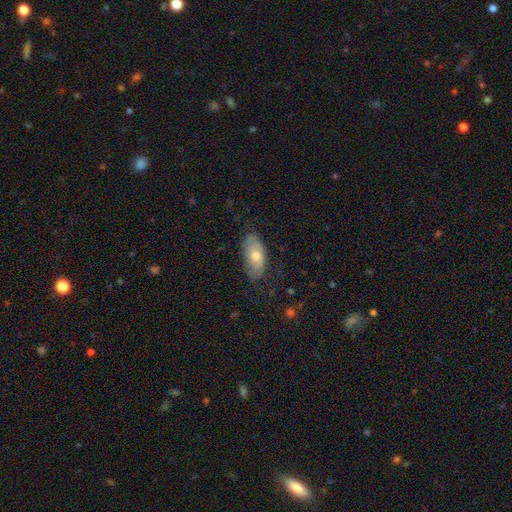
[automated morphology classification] Smooth or featured? Predicted: smooth (p=0.61). How rounded? Predicted: in between (p=0.91). Merging? Predicted: none (p=0.71).